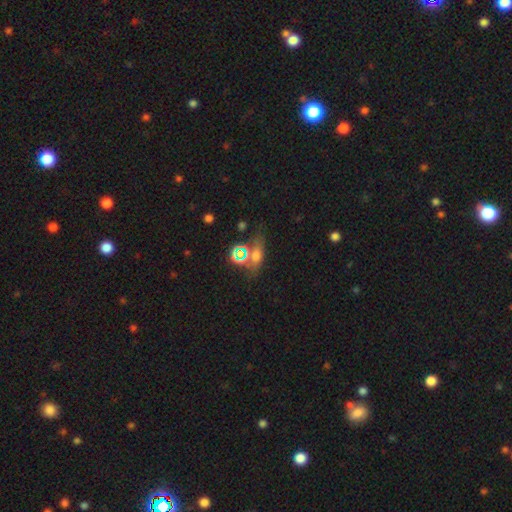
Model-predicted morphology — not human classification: This is possibly a smooth galaxy (48%). Merging: possibly none (60%).